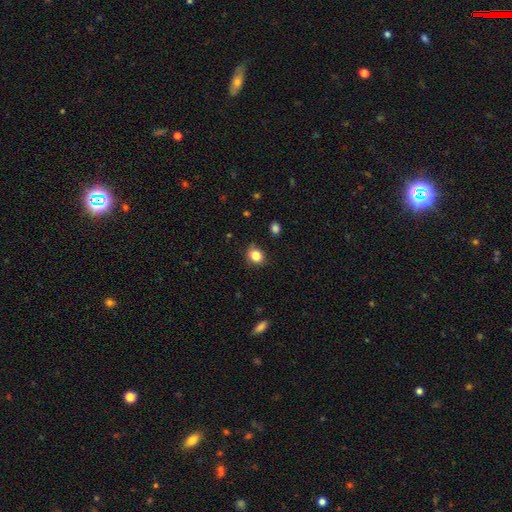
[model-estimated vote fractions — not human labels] smooth 84%, star or artifact 10%, featured or disk 6%. Down the decision tree: how rounded — round (55%); merging — none (76%).